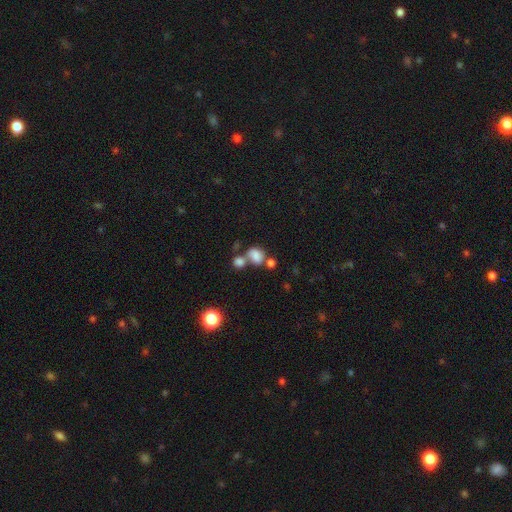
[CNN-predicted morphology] type=smooth (77%); roundness=in between (60%); merging=merger (49%).